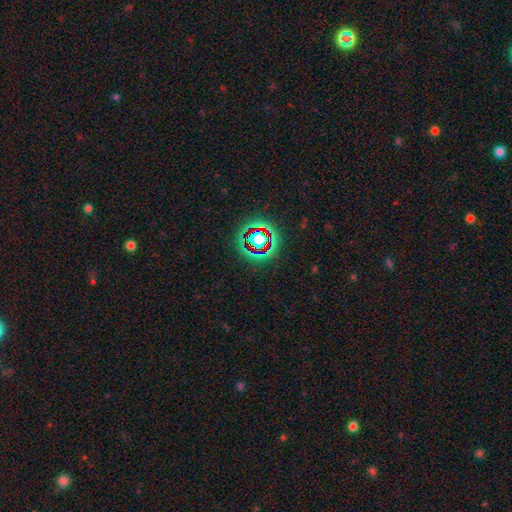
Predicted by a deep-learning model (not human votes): star or artifact 70%, featured or disk 16%, smooth 14%.